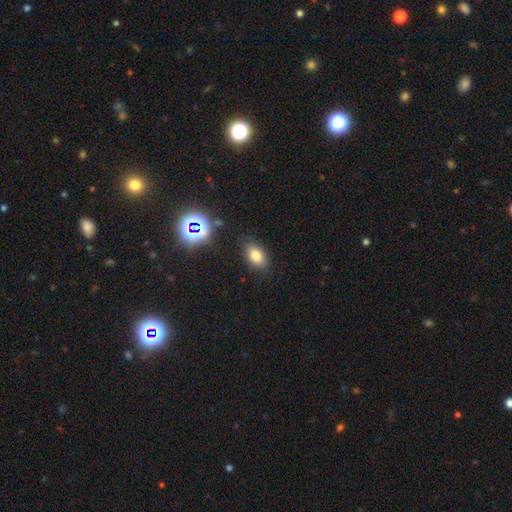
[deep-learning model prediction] A smooth galaxy with no disk features (78%) that is in between round and cigar-shaped (86%).

Vote fractions:
- Smooth or featured? smooth: 78% / star or artifact: 14% / featured or disk: 8%
- How rounded? in between: 86% / round: 12% / cigar-shaped: 2%
- Merging? none: 81% / minor disturbance: 13% / major disturbance: 4% / merger: 2%